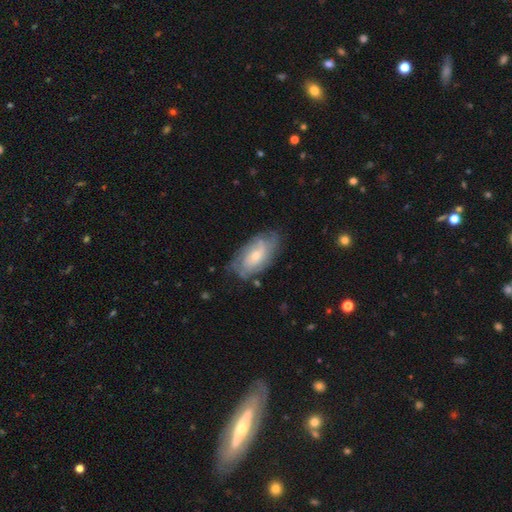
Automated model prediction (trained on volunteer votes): The model was most divided on "bulge size": small: 59%, moderate: 38%, large: 2%, none: 1%, dominant: 1%. Remaining: edge-on disk — no (93%); spiral arms — yes (83%); merging — none (69%); bar — no (67%); smooth or featured — featured or disk (67%); spiral winding — tight (54%); spiral arm count — can't tell (48%).